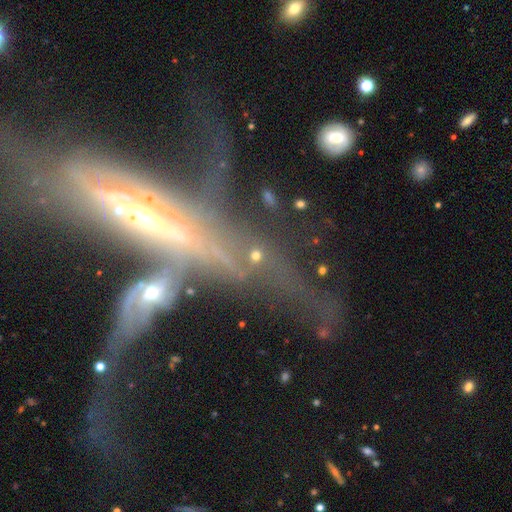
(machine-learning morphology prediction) smooth-or-featured: star or artifact: 38% | smooth: 37% | featured or disk: 25%